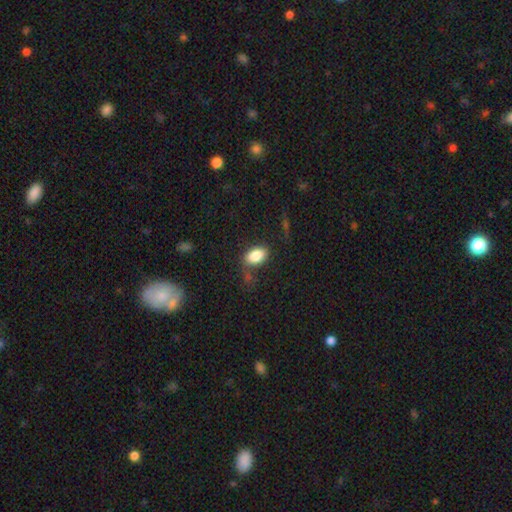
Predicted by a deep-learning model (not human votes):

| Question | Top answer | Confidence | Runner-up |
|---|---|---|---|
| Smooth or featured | smooth | 85% | star or artifact (8%) |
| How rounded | in between | 89% | round (9%) |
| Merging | none | 70% | minor disturbance (18%) |